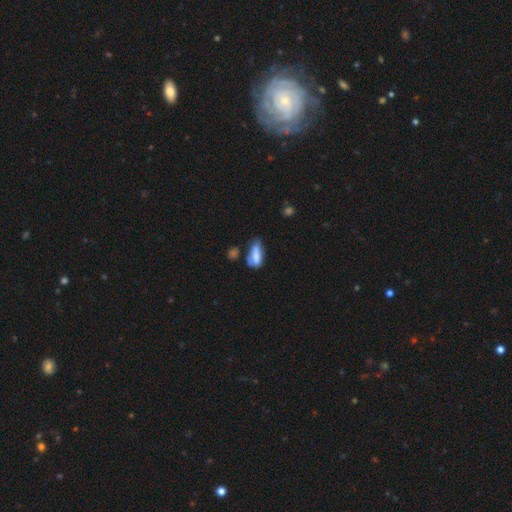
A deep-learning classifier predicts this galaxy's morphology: A smooth galaxy with no disk features (73%) that is in between round and cigar-shaped (74%). Merging: none (34%).